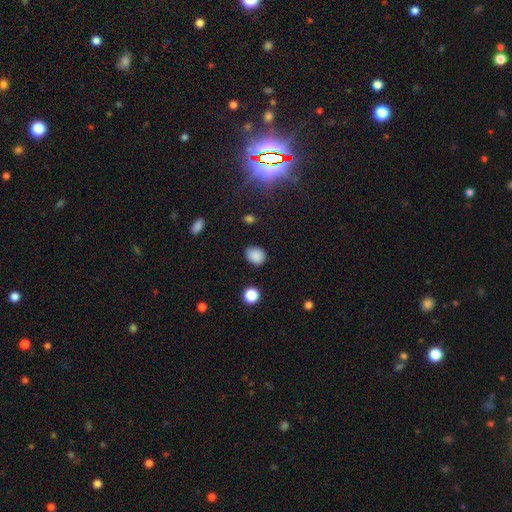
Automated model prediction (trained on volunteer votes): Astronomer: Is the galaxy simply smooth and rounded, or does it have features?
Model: smooth — 86%.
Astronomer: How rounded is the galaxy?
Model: round — 50% (runner-up: in between, 49%).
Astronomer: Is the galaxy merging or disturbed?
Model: none — 79%.